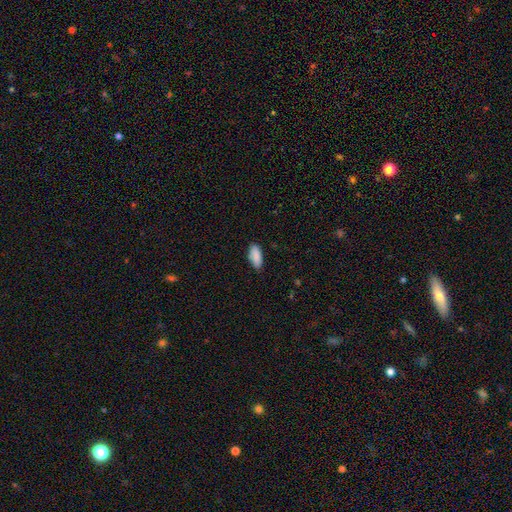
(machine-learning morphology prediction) This is clearly a smooth galaxy (89%). How rounded: clearly in between (84%). Merging: clearly none (81%).